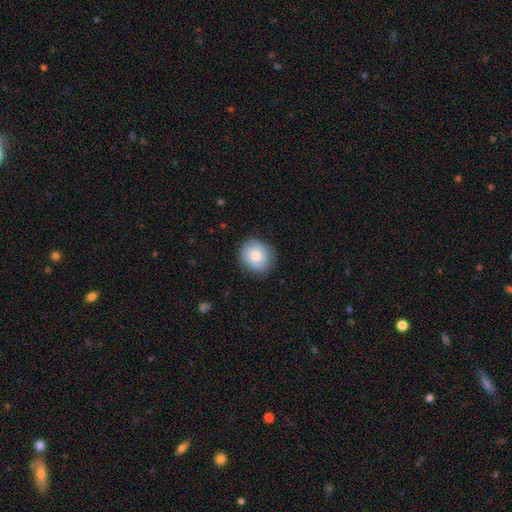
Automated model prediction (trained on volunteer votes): Q: Smooth or featured?
A: smooth (70%); runner-up: featured or disk (23%)
Q: How rounded?
A: round (83%); runner-up: in between (16%)
Q: Merging?
A: none (82%); runner-up: minor disturbance (14%)